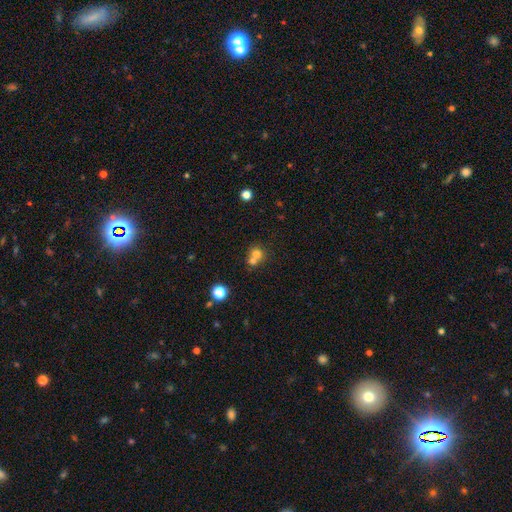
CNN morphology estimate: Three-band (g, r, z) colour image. It shows a smooth galaxy with no disk features (71%) that is round (81%). Merging: merger (55%).